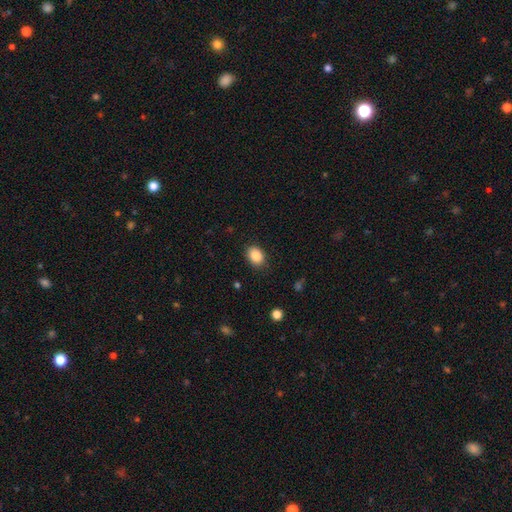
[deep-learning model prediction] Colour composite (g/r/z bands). It shows a smooth galaxy with no disk features (87%) that is in between round and cigar-shaped (66%). Merging: none (86%).